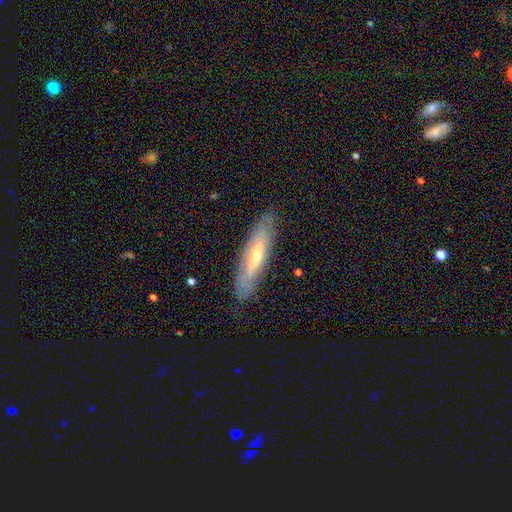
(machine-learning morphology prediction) Q: Smooth or featured?
A: featured or disk (57%); runner-up: smooth (37%)
Q: Edge-on disk?
A: yes (55%); runner-up: no (45%)
Q: Merging?
A: none (80%); runner-up: minor disturbance (15%)